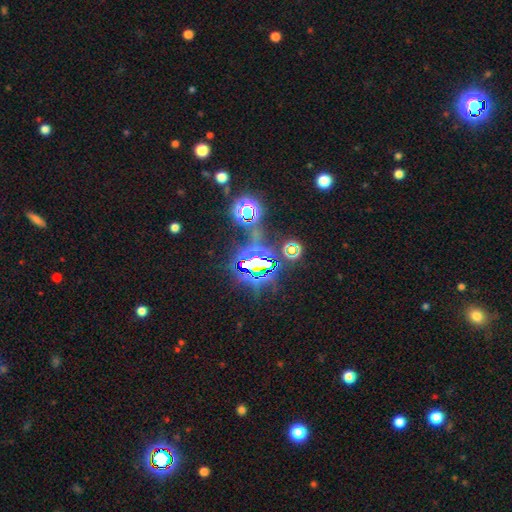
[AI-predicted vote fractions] Smooth or featured: star or artifact — 83% (featured or disk — 9%)